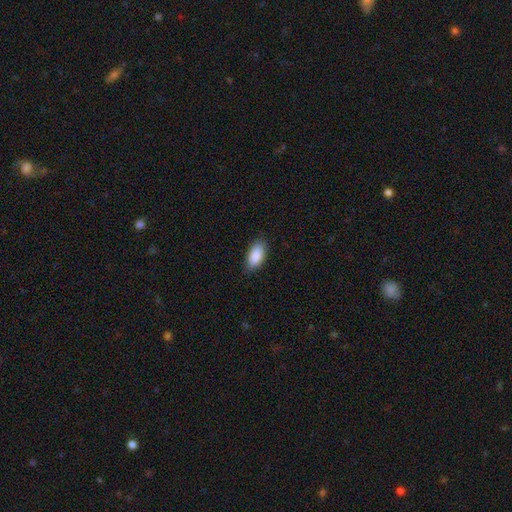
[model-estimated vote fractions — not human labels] A smooth galaxy with no disk features (89%) that is in between round and cigar-shaped (93%). Merging: none (83%).